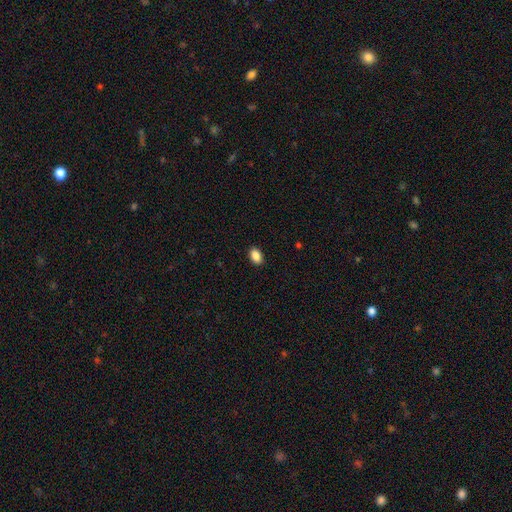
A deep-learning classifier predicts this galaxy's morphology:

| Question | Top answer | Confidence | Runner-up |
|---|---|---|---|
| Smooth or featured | smooth | 88% | star or artifact (8%) |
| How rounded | in between | 86% | round (13%) |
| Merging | none | 90% | minor disturbance (7%) |